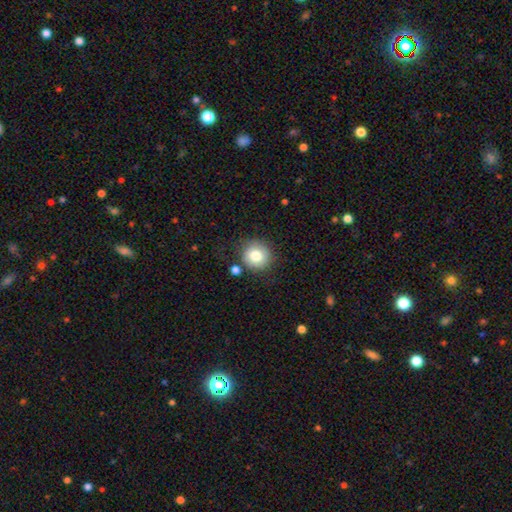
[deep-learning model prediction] Smooth or featured? Predicted: smooth (p=0.80). How rounded? Predicted: round (p=0.93). Merging? Predicted: none (p=0.80).